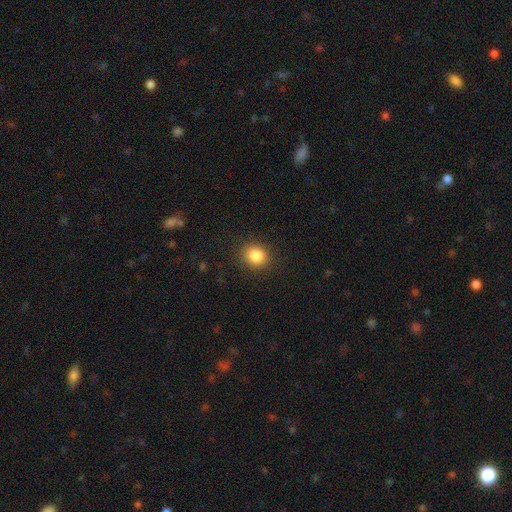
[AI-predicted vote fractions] This is clearly a smooth galaxy (86%). How rounded: likely round (76%). Merging: clearly none (88%).